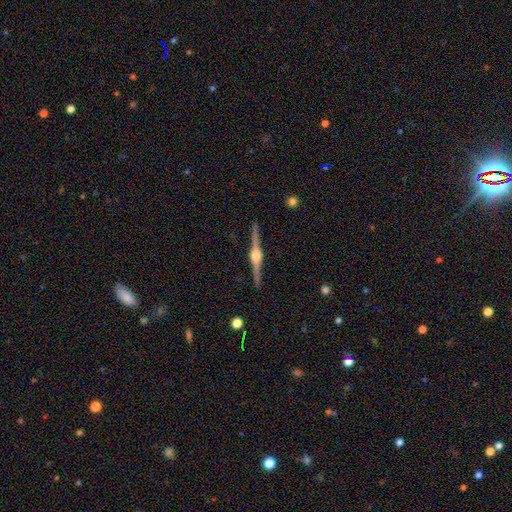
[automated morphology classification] This is clearly a featured or disk galaxy (89%). It is clearly viewed edge-on (99%). Edge-on bulge: clearly rounded (93%). Merging: clearly none (92%).